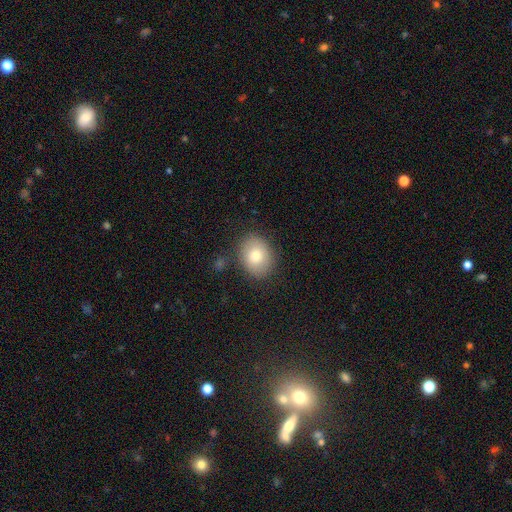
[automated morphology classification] A smooth galaxy with no disk features (78%) that is round (51%).

Vote fractions:
- Smooth or featured? smooth: 78% / featured or disk: 14% / star or artifact: 9%
- How rounded? round: 51% / in between: 48% / cigar-shaped: 1%
- Merging? none: 83% / minor disturbance: 11% / major disturbance: 3% / merger: 3%